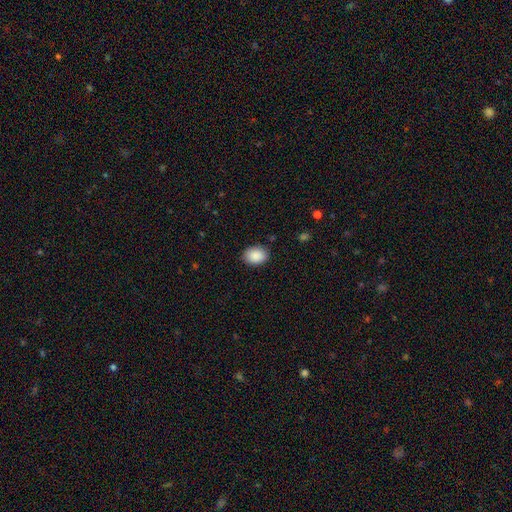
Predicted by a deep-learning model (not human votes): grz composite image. It shows a smooth galaxy with no disk features (90%) that is in between round and cigar-shaped (71%). Merging: none (86%).